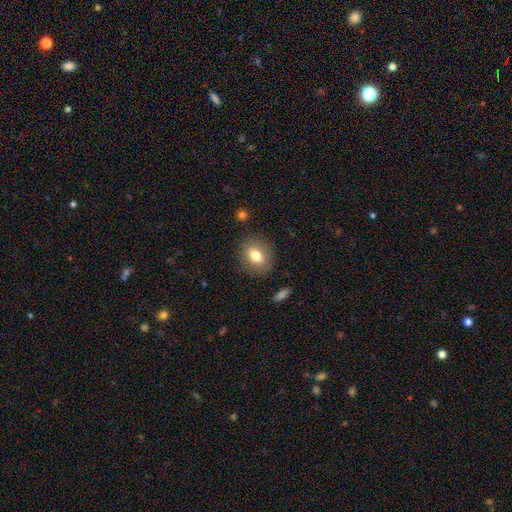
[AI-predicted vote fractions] Q: Smooth or featured?
A: smooth (75%); runner-up: featured or disk (16%)
Q: How rounded?
A: in between (53%); runner-up: round (46%)
Q: Merging?
A: none (85%); runner-up: minor disturbance (11%)